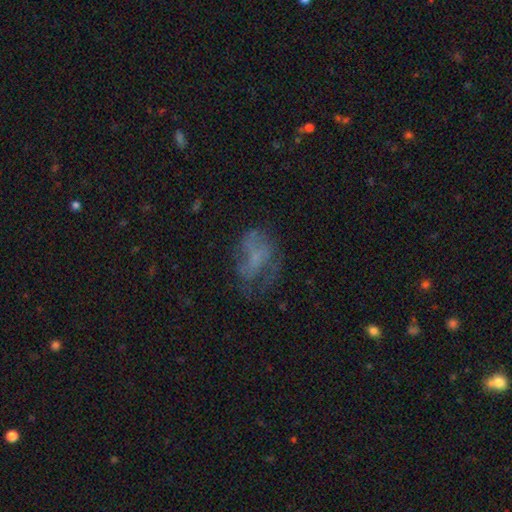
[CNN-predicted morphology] type=featured or disk (47%); merging=none (43%).